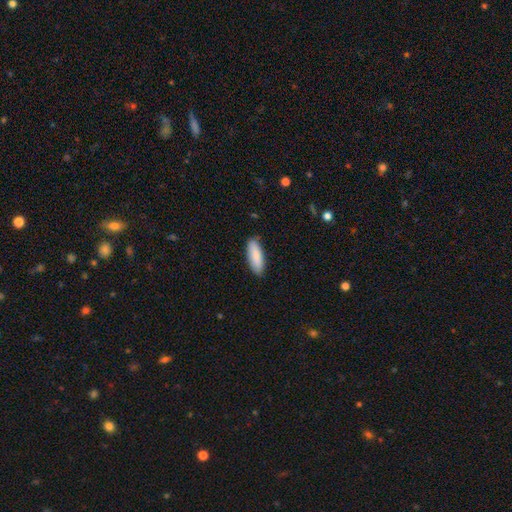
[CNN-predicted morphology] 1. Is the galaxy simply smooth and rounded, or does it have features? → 89% smooth, 6% featured or disk, 6% star or artifact.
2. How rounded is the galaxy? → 65% in between, 33% cigar-shaped, 1% round.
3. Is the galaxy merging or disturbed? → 87% none, 10% minor disturbance, 2% major disturbance, 1% merger.